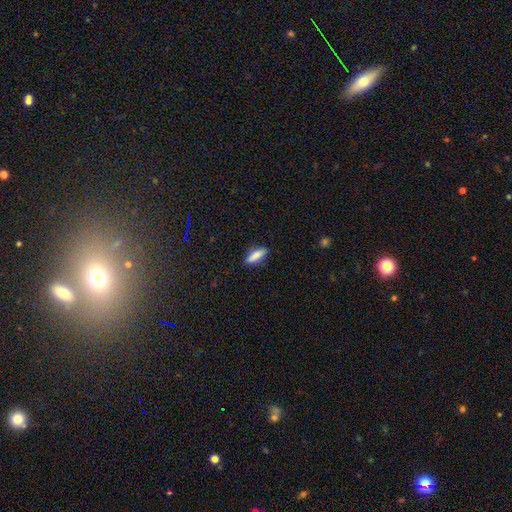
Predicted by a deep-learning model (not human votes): A smooth galaxy with no disk features (78%) that is cigar-shaped (51%). Merging: none (87%).